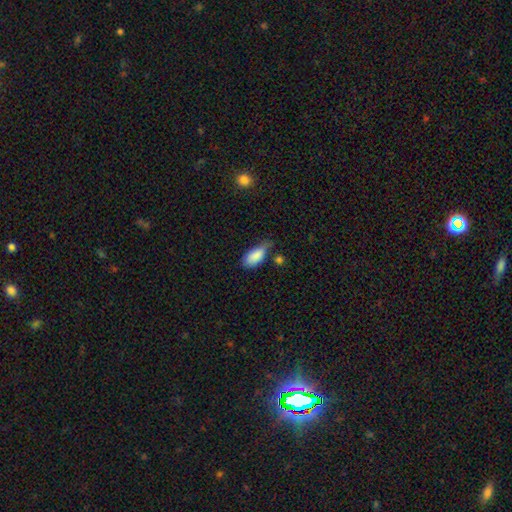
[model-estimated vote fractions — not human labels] Smooth or featured? Predicted: smooth (p=0.85). How rounded? Predicted: in between (p=0.92). Merging? Predicted: minor disturbance (p=0.44).